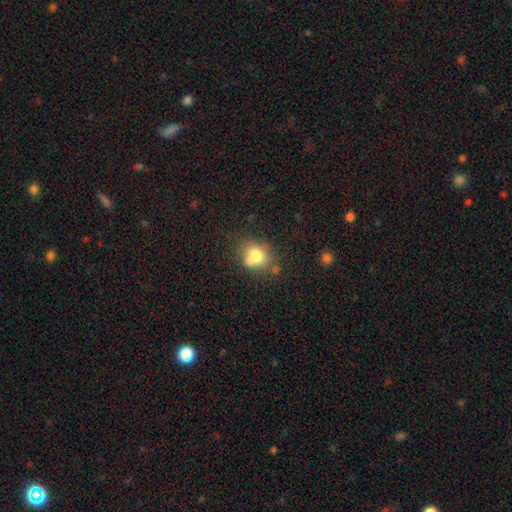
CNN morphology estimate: Q: Smooth or featured?
A: smooth (72%); runner-up: featured or disk (17%)
Q: How rounded?
A: round (62%); runner-up: in between (37%)
Q: Merging?
A: none (50%); runner-up: merger (23%)